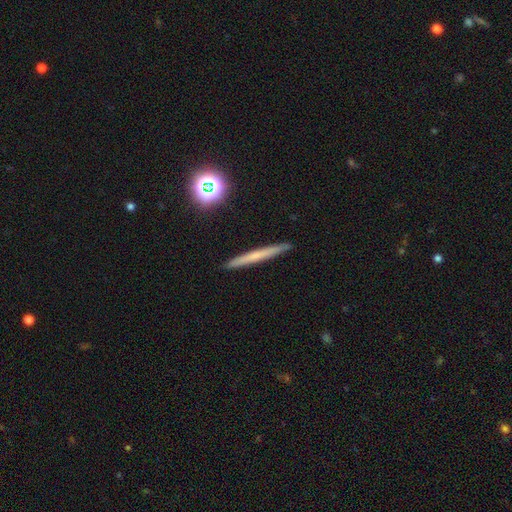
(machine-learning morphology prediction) Smooth or featured?
  - smooth: 50% *
  - featured or disk: 40%
  - star or artifact: 10%
Merging?
  - none: 92% *
  - minor disturbance: 6%
  - major disturbance: 1%
  - merger: 1%